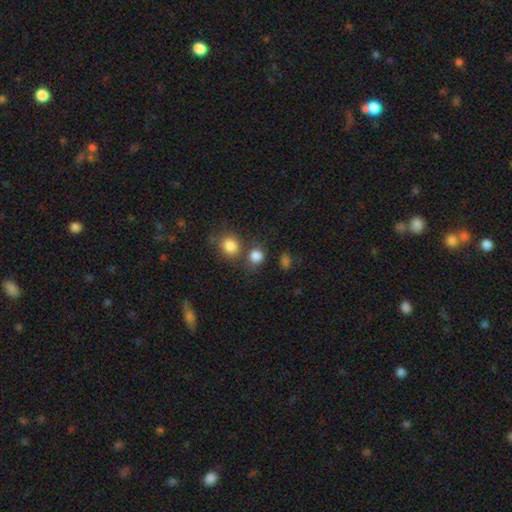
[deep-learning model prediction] smooth-or-featured: smooth: 83% | star or artifact: 12% | featured or disk: 5%
  how-rounded: round: 79% | in between: 20% | cigar-shaped: 1%
  merging: none: 62% | merger: 24% | minor disturbance: 9% | major disturbance: 4%